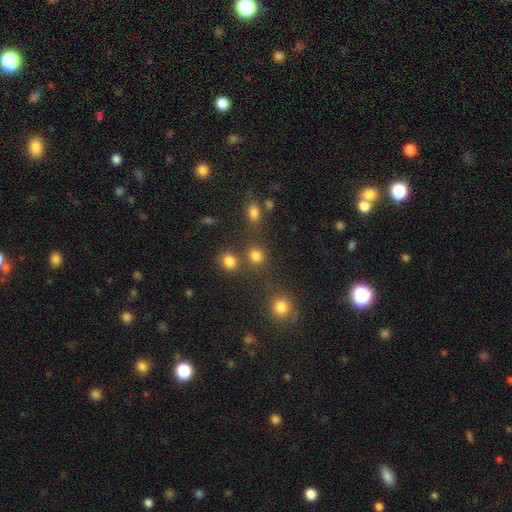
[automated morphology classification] Smooth or featured? Predicted: smooth (p=0.80). How rounded? Predicted: round (p=0.85). Merging? Predicted: none (p=0.71).